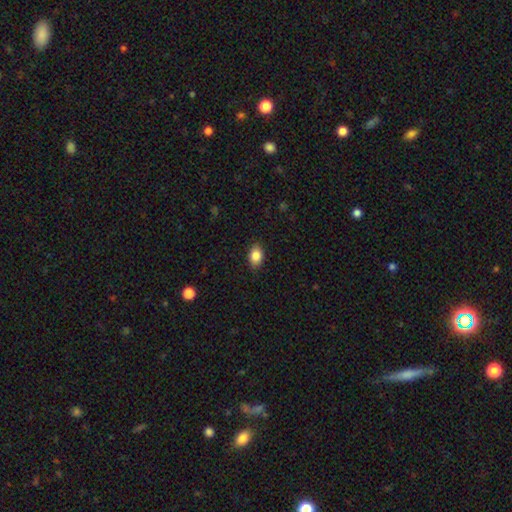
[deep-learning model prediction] This appears to be a smooth galaxy with no disk features (85%) that is in between round and cigar-shaped (77%). Merging: none (86%).